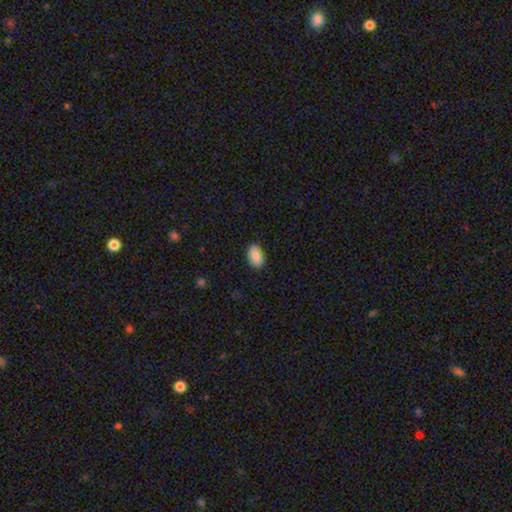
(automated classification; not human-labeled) Morphology: type=smooth (89%); roundness=in between (92%); merging=none (79%).